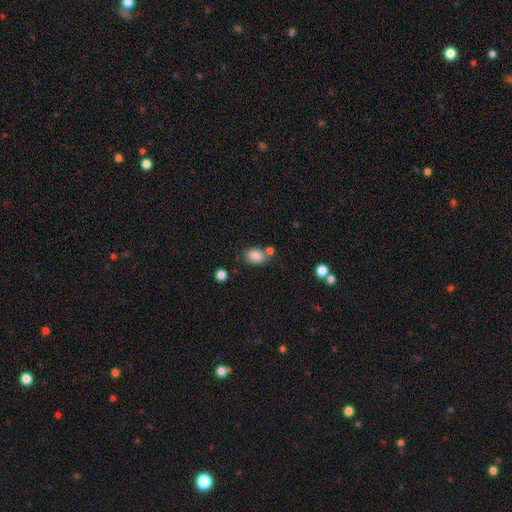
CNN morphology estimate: Q: Smooth or featured?
A: smooth (85%); runner-up: star or artifact (10%)
Q: How rounded?
A: in between (71%); runner-up: round (28%)
Q: Merging?
A: none (53%); runner-up: merger (24%)